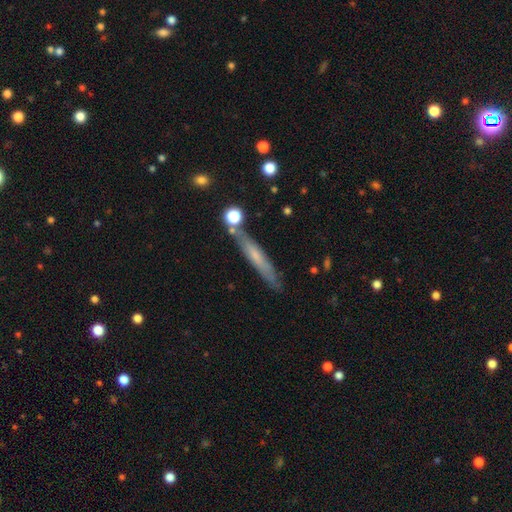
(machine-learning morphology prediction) Smooth or featured?
  - featured or disk: 46% * (tied)
  - smooth: 46% * (tied)
  - star or artifact: 8%
Merging?
  - none: 77% *
  - minor disturbance: 13%
  - merger: 6%
  - major disturbance: 3%